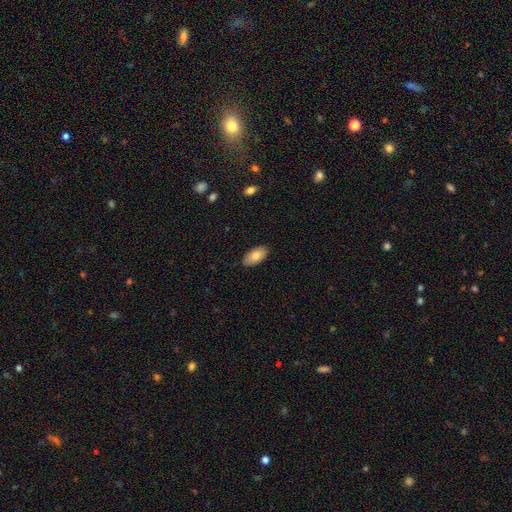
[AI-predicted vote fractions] smooth 82%, featured or disk 11%, star or artifact 6%. Down the decision tree: how rounded — in between (93%); merging — none (86%).